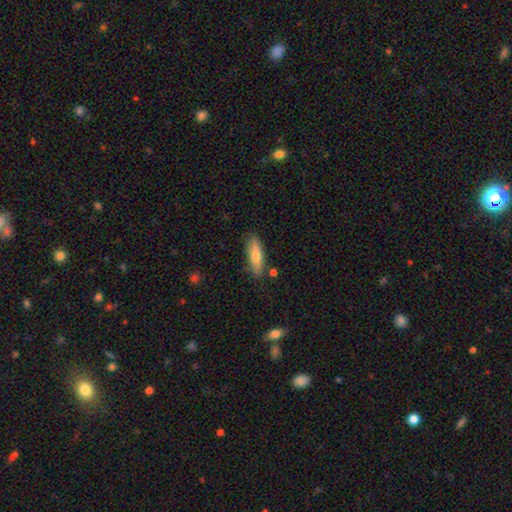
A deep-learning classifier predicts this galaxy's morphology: Smooth or featured? smooth (70%)
How rounded? cigar-shaped (63%)
Merging? none (82%)